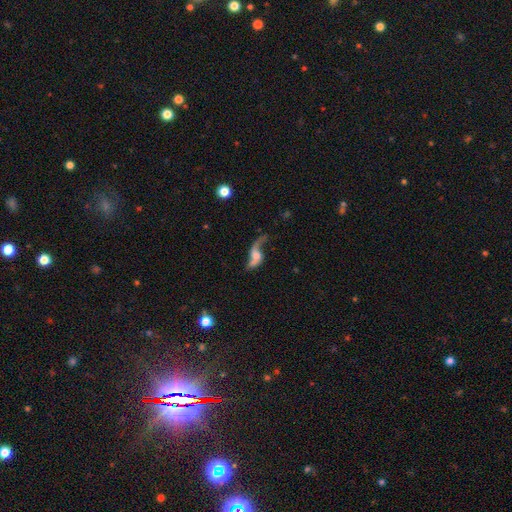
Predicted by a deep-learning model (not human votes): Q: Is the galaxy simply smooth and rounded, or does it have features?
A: featured or disk — 79%.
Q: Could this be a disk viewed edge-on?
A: no — 92%.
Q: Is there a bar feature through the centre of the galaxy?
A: no — 58%.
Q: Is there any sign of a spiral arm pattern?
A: yes — 91%.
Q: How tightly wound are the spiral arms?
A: loose — 91%.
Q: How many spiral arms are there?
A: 2 — 85%.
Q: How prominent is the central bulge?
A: moderate — 39%.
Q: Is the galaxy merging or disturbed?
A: none — 51%.